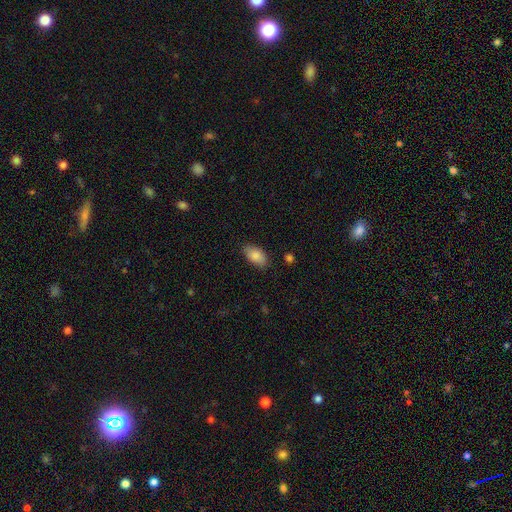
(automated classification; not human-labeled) Smooth or featured? Predicted: smooth (p=0.86). How rounded? Predicted: in between (p=0.93). Merging? Predicted: none (p=0.84).